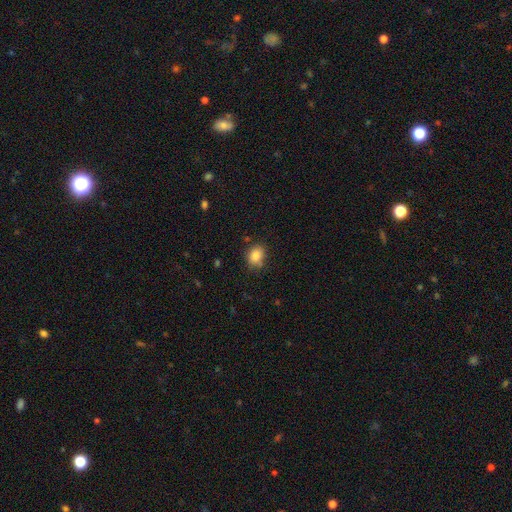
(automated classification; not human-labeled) A smooth galaxy with no disk features (84%) that is round (55%). Merging: none (73%).